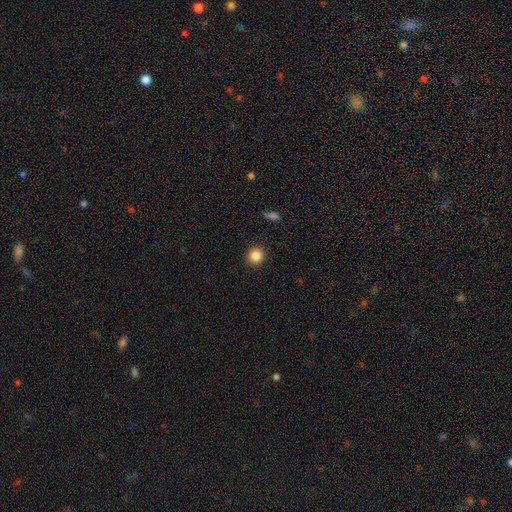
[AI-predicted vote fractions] This is clearly a smooth galaxy (86%). How rounded: clearly round (92%). Merging: clearly none (91%).